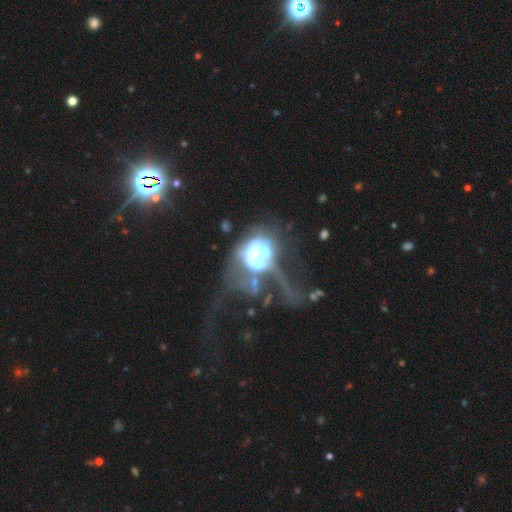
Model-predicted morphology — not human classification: Overall: featured or disk (67%). Edge-on disk: no (97%). Bar: no (71%). Spiral arms: no (67%; yes 33%). Bulge size: large (38%; moderate 25%). Merging: major disturbance (44%; merger 40%).